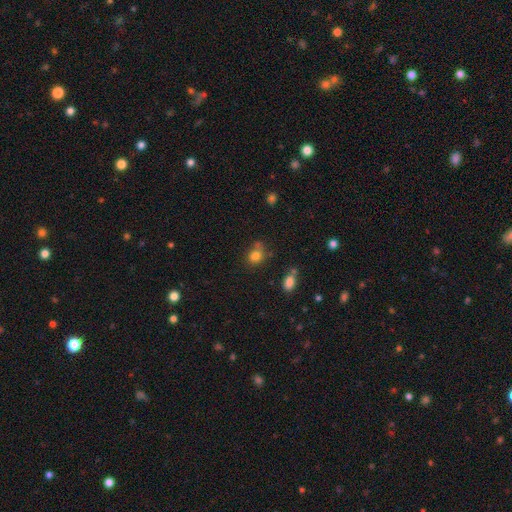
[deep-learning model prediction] Overall: smooth (80%). How rounded: round (64%; in between 34%). Merging: none (55%; minor disturbance 20%).